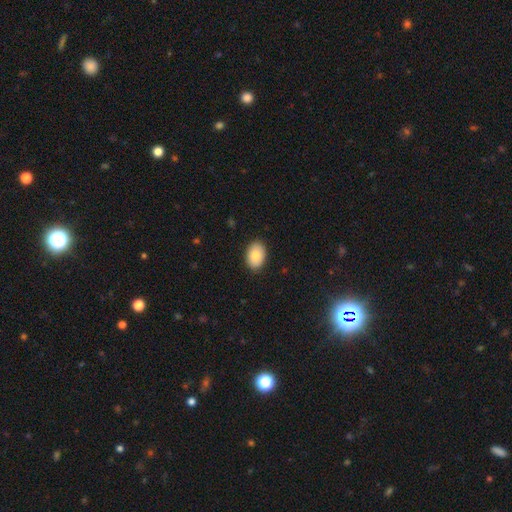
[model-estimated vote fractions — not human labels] Morphology: type=smooth (86%); roundness=in between (85%); merging=none (89%).